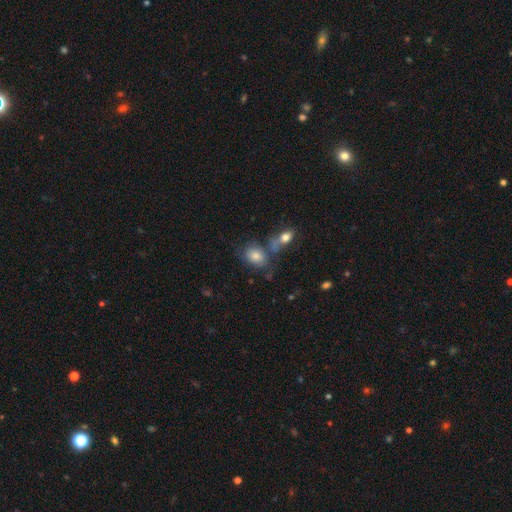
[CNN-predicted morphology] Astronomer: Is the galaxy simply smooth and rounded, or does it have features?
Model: smooth — 76%.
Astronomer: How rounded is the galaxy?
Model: in between — 74%.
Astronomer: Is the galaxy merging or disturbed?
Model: none — 49% (runner-up: merger, 27%).